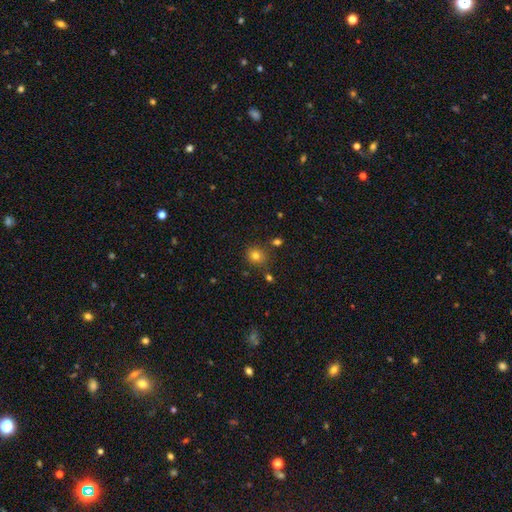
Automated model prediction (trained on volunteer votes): Q: Smooth or featured?
A: smooth (78%); runner-up: star or artifact (15%)
Q: How rounded?
A: round (83%); runner-up: in between (16%)
Q: Merging?
A: none (79%); runner-up: minor disturbance (11%)